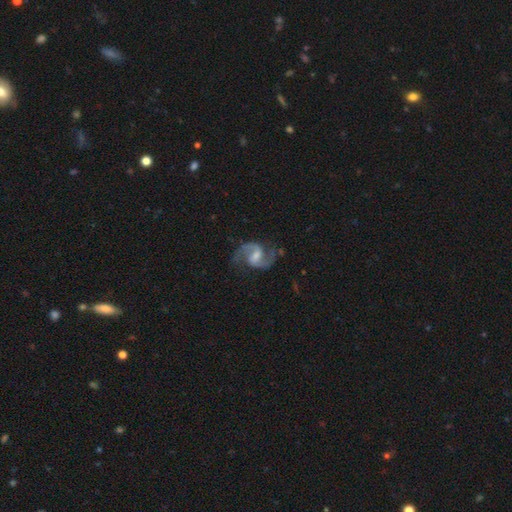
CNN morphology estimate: type=featured or disk (91%); edge-on=no (98%); bar=weak (56%); spiral arms=yes (98%); winding=medium (57%); arm count=2 (94%); bulge=moderate (42%); merging=none (78%).